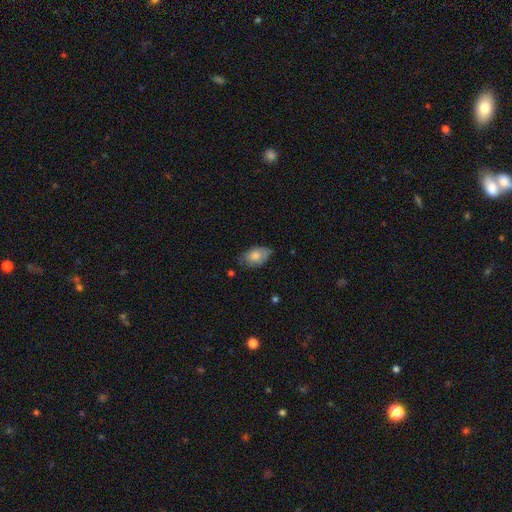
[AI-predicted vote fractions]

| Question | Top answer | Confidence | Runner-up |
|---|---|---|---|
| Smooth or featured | smooth | 75% | featured or disk (18%) |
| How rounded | in between | 90% | round (9%) |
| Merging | none | 62% | minor disturbance (30%) |